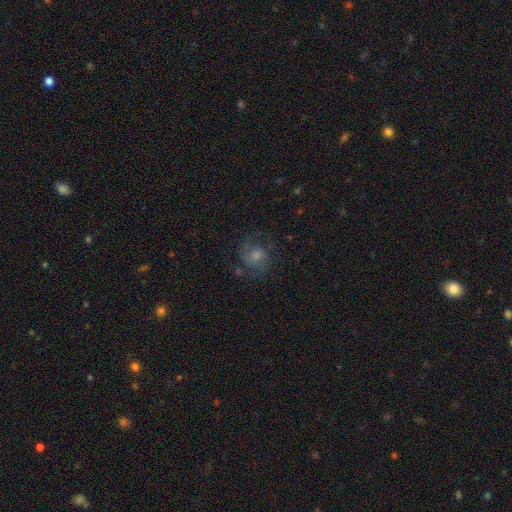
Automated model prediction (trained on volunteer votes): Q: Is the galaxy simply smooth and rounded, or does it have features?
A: featured or disk — 60%.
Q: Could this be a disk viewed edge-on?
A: no — 97%.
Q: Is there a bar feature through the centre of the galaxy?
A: no — 63%.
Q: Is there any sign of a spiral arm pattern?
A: yes — 90%.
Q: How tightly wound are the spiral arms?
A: medium — 53%.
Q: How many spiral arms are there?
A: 2 — 72%.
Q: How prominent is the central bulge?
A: moderate — 43%.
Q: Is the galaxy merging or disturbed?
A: none — 73%.